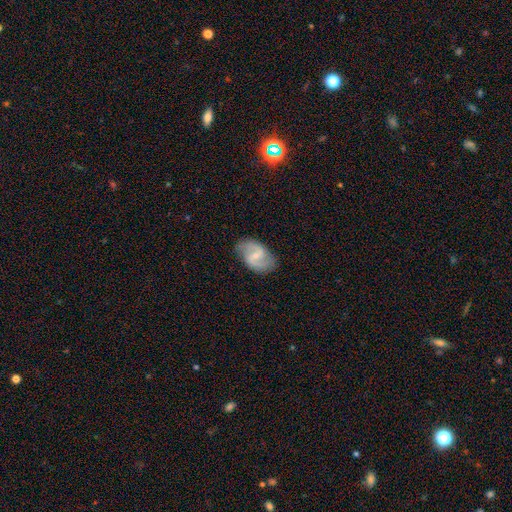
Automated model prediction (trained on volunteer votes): Morphology: type=featured or disk (83%); edge-on=no (98%); bar=weak (57%); spiral arms=yes (95%); winding=medium (48%); arm count=2 (92%); bulge=small (69%); merging=none (84%).